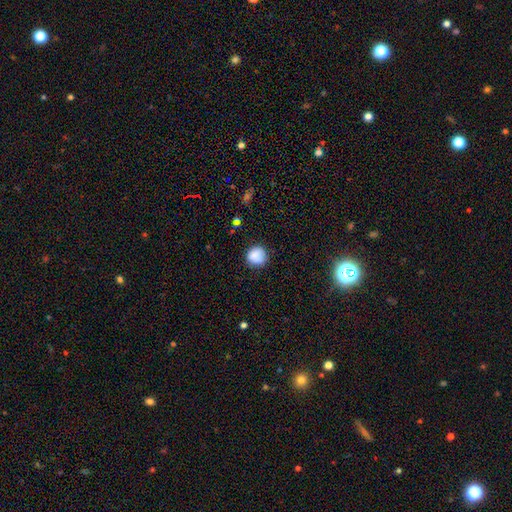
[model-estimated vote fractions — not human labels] A smooth galaxy with no disk features (86%) that is round (89%). Merging: none (79%).